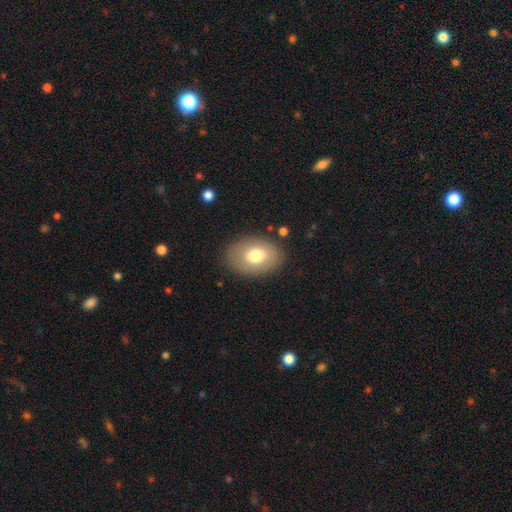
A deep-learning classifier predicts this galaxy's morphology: The model was most divided on "smooth or featured": smooth: 70%, featured or disk: 23%, star or artifact: 7%. More confident: merging — none (84%); how rounded — in between (78%).